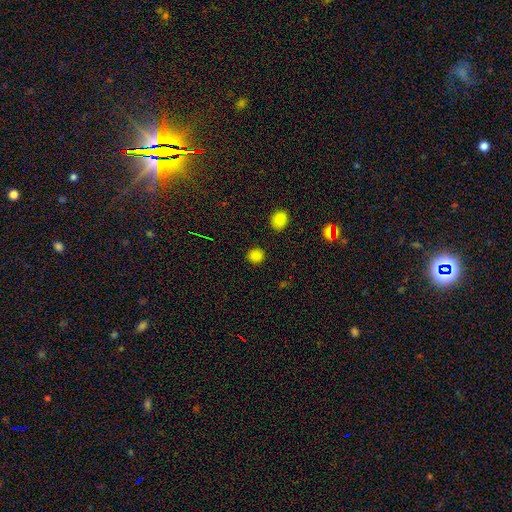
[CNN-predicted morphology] A smooth galaxy with no disk features (80%) that is round (86%).

Vote fractions:
- Smooth or featured? smooth: 80% / star or artifact: 16% / featured or disk: 4%
- How rounded? round: 86% / in between: 13% / cigar-shaped: 1%
- Merging? none: 89% / minor disturbance: 7% / major disturbance: 2% / merger: 2%